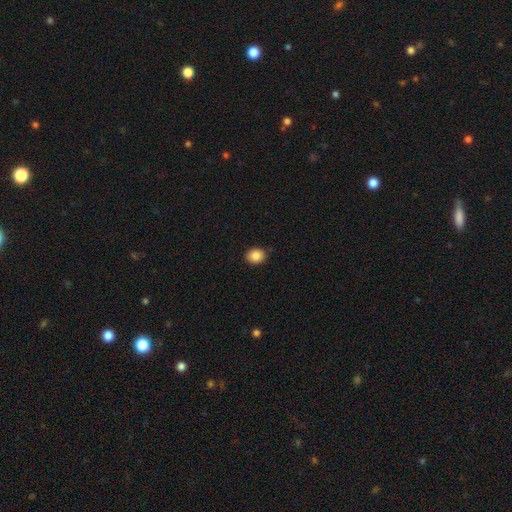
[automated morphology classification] A smooth galaxy with no disk features (87%) that is round (65%). Merging: none (86%).